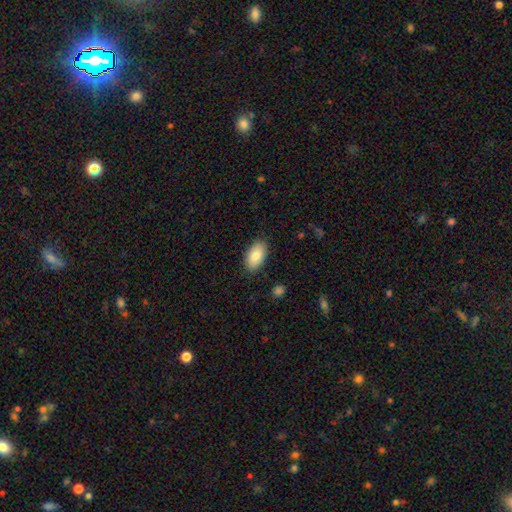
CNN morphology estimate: Smooth or featured? smooth (84%)
How rounded? in between (94%)
Merging? none (86%)